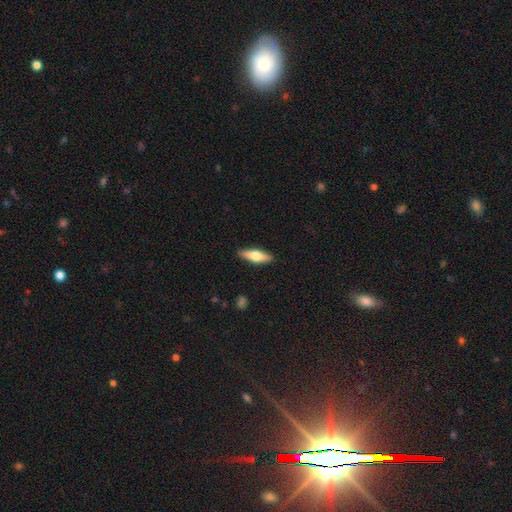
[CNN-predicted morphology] smooth-or-featured: smooth: 62% | featured or disk: 33% | star or artifact: 5%
  how-rounded: in between: 50% | cigar-shaped: 47% | round: 2%
  merging: none: 89% | minor disturbance: 8% | major disturbance: 2% | merger: 1%